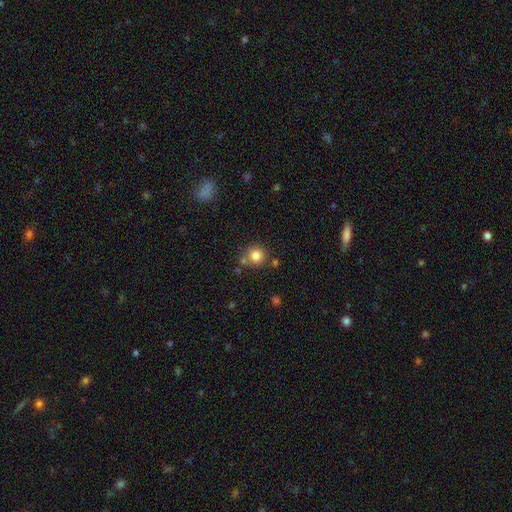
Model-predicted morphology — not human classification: type=smooth (82%); roundness=round (92%); merging=none (74%).